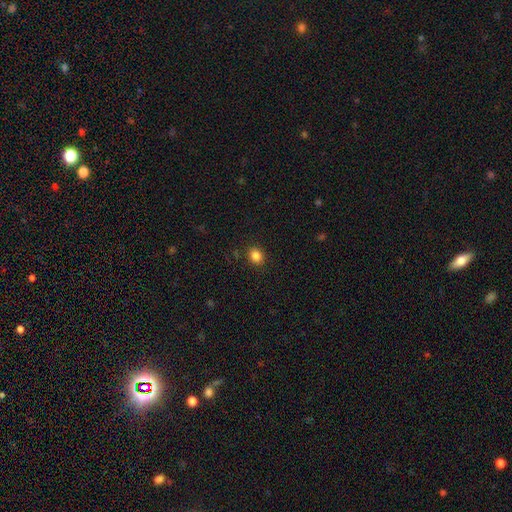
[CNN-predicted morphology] The model was most divided on "how rounded": round: 58%, in between: 41%, cigar-shaped: 1%. More confident: merging — none (88%); smooth or featured — smooth (85%).